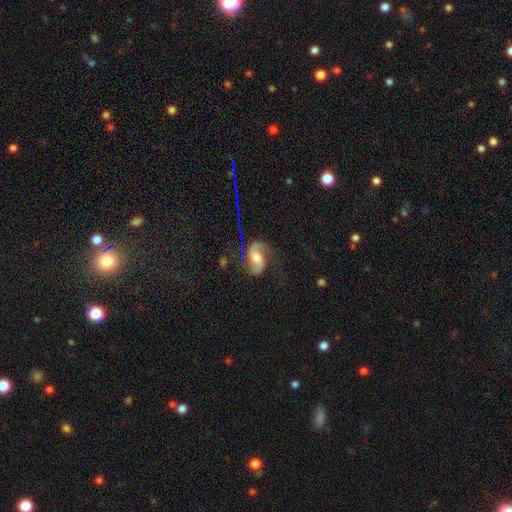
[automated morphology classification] Smooth or featured? Predicted: featured or disk (p=0.78). Edge-on disk? Predicted: no (p=0.97). Bar? Predicted: no (p=0.49). Spiral arms? Predicted: yes (p=0.95). Spiral winding? Predicted: loose (p=0.45). Spiral arm count? Predicted: 2 (p=0.87). Bulge size? Predicted: moderate (p=0.61). Merging? Predicted: none (p=0.62).